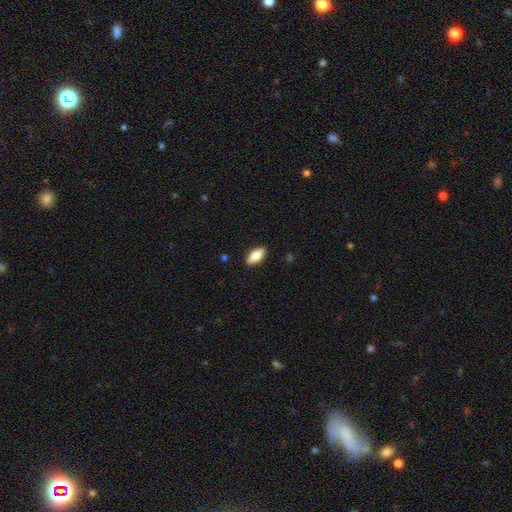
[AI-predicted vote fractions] Smooth or featured?
  - smooth: 73% *
  - featured or disk: 21%
  - star or artifact: 6%
How rounded?
  - in between: 79% *
  - cigar-shaped: 19%
  - round: 3%
Merging?
  - none: 89% *
  - minor disturbance: 8%
  - major disturbance: 2%
  - merger: 1%